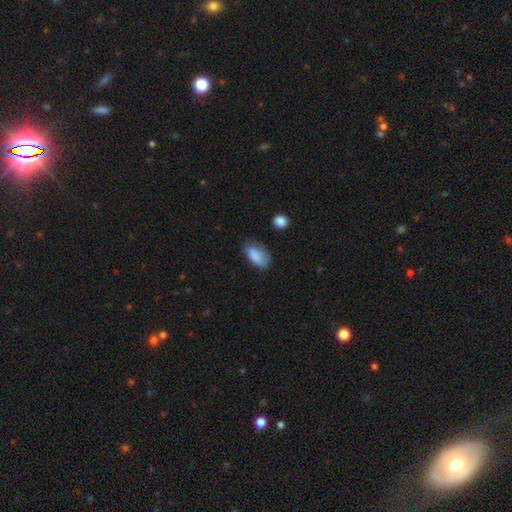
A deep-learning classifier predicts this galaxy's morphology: Smooth or featured: smooth — 85% (featured or disk — 8%)
How rounded: in between — 92% (round — 4%)
Merging: none — 62% (minor disturbance — 28%)